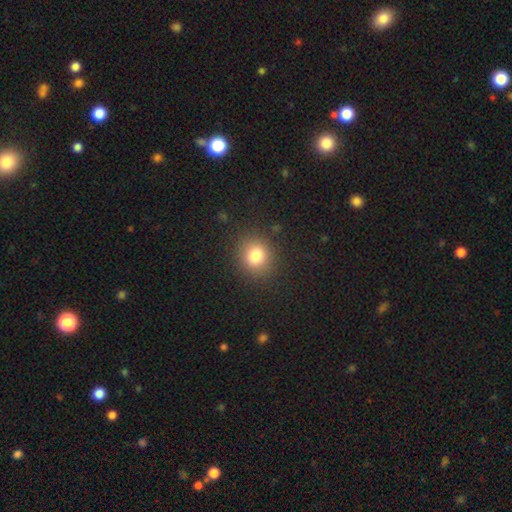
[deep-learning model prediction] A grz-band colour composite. It shows a smooth galaxy with no disk features (80%) that is round (80%). Merging: none (88%).